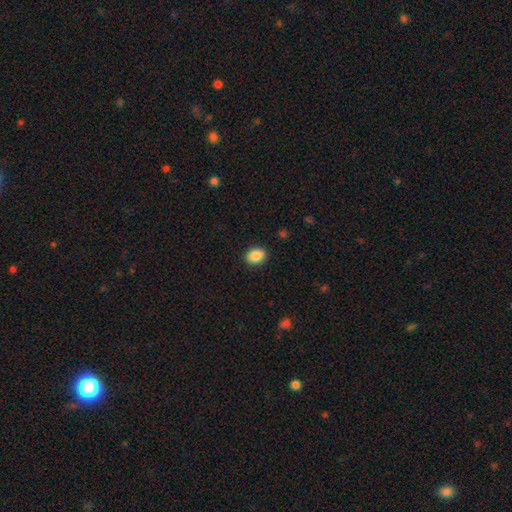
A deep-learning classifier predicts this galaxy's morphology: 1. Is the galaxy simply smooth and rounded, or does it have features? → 88% smooth, 9% star or artifact, 4% featured or disk.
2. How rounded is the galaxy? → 53% in between, 46% round, 1% cigar-shaped.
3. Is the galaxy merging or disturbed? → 89% none, 8% minor disturbance, 2% major disturbance, 1% merger.